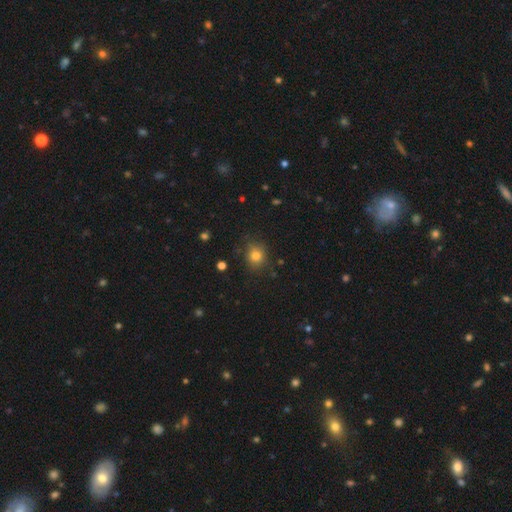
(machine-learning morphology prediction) smooth-or-featured: smooth: 79% | star or artifact: 13% | featured or disk: 7%
  how-rounded: round: 74% | in between: 25% | cigar-shaped: 1%
  merging: none: 80% | minor disturbance: 15% | major disturbance: 4% | merger: 2%